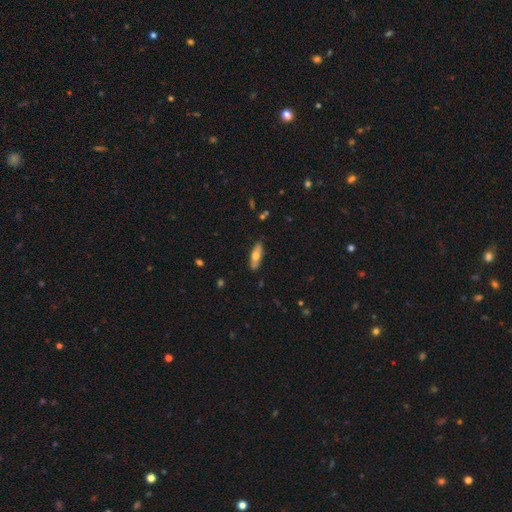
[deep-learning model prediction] smooth 60%, featured or disk 34%, star or artifact 6%. Down the decision tree: how rounded — in between (49%); merging — none (87%).